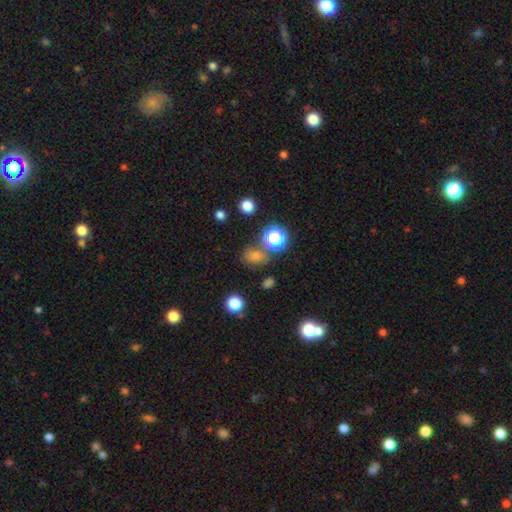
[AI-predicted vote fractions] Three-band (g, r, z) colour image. It shows a smooth galaxy with no disk features (57%) that is round (56%). Merging: none (69%).